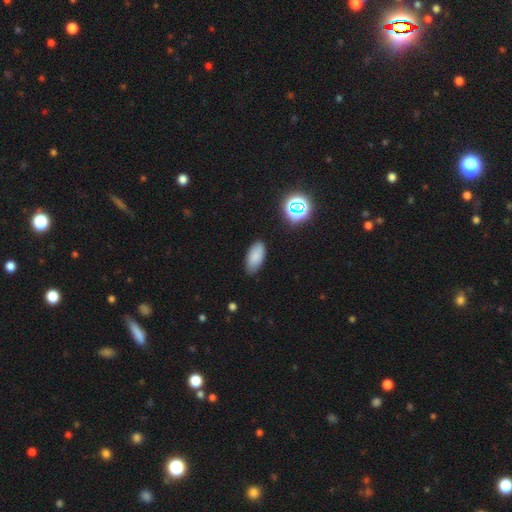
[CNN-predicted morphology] Overall: smooth (83%). How rounded: in between (92%). Merging: none (84%).